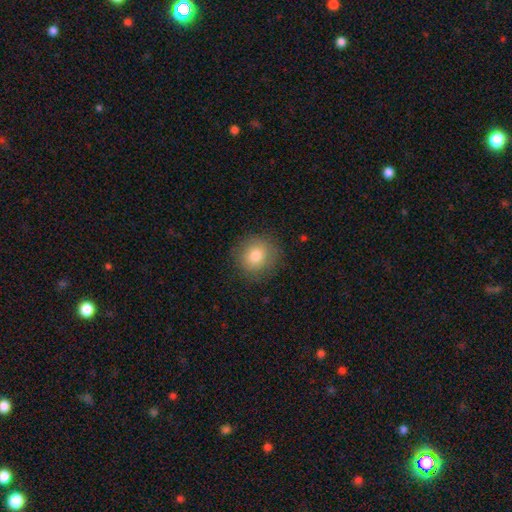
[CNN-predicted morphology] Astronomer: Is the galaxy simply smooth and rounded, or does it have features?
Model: smooth — 80%.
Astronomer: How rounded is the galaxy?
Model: round — 89%.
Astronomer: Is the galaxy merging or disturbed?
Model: none — 85%.